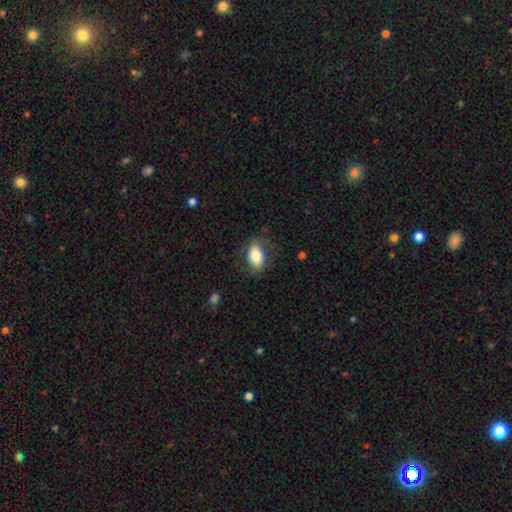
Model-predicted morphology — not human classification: This is likely a smooth galaxy (74%). How rounded: clearly in between (89%). Merging: likely none (73%).